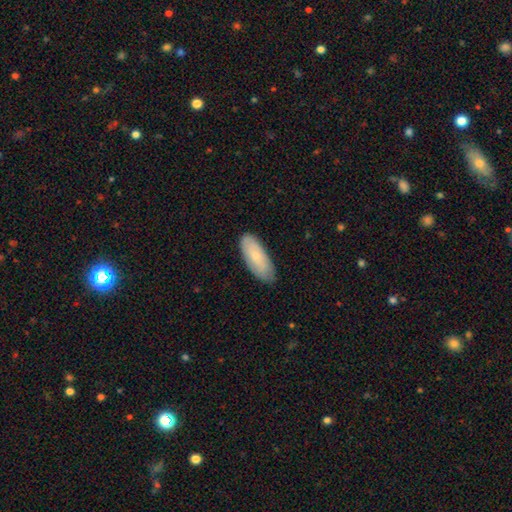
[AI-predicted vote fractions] smooth_or_featured: smooth (p=0.73) [alt: featured or disk p=0.21]
how_rounded: in between (p=0.80) [alt: cigar-shaped p=0.19]
merging: none (p=0.80) [alt: minor disturbance p=0.16]